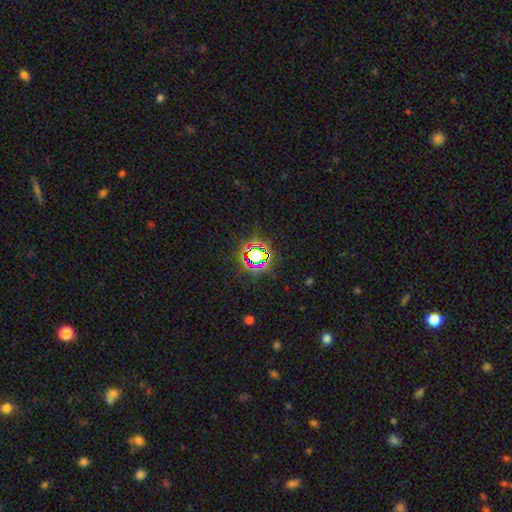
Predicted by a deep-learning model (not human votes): Morphology: type=star or artifact (66%).